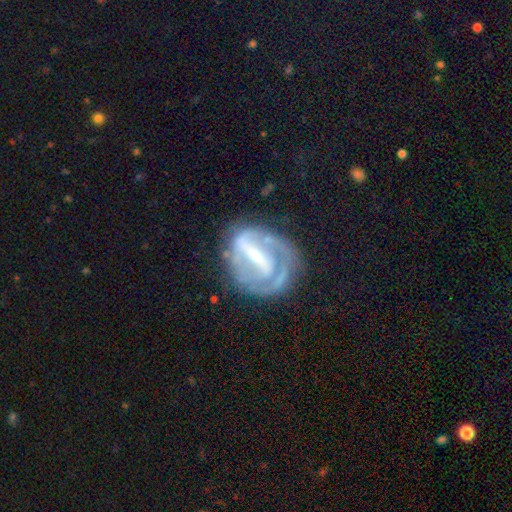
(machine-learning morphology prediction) A featured or disk galaxy (80%) with a strong bar (66%), 2 (50%) tight (51%) spiral arms (79%) and a small central bulge (51%).

Vote fractions:
- Smooth or featured? featured or disk: 80% / smooth: 13% / star or artifact: 7%
- Edge-on disk? no: 95% / yes: 5%
- Bar? strong: 66% / weak: 26% / no: 8%
- Spiral arms? yes: 79% / no: 21%
- Spiral winding? tight: 51% / medium: 34% / loose: 15%
- Spiral arm count? 2: 50% / can't tell: 23% / 1: 17% / 3: 7% / 4: 2% / more than 4: 2%
- Bulge size? small: 51% / moderate: 35% / none: 9% / large: 4% / dominant: 1%
- Merging? none: 60% / minor disturbance: 21% / major disturbance: 16% / merger: 3%